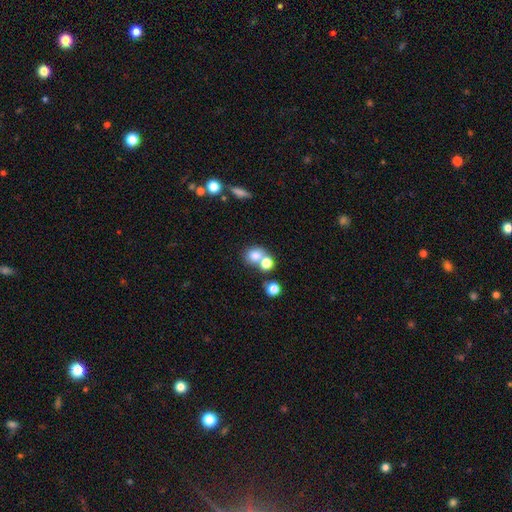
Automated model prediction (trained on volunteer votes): smooth_or_featured: smooth (p=0.77) [alt: star or artifact p=0.13]
how_rounded: round (p=0.69) [alt: in between p=0.30]
merging: merger (p=0.46) [alt: none p=0.41]